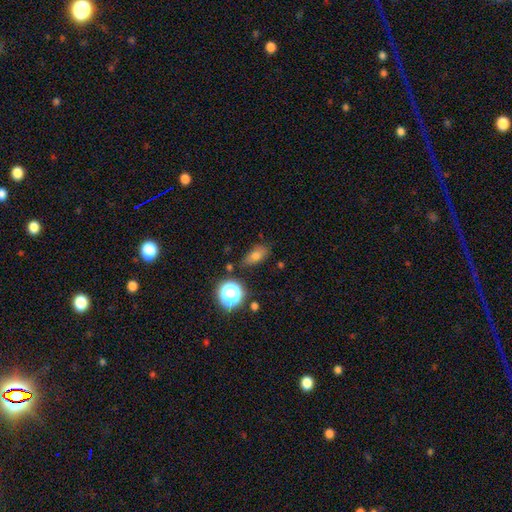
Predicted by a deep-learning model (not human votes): Smooth or featured? Predicted: smooth (p=0.68). How rounded? Predicted: in between (p=0.75). Merging? Predicted: none (p=0.74).